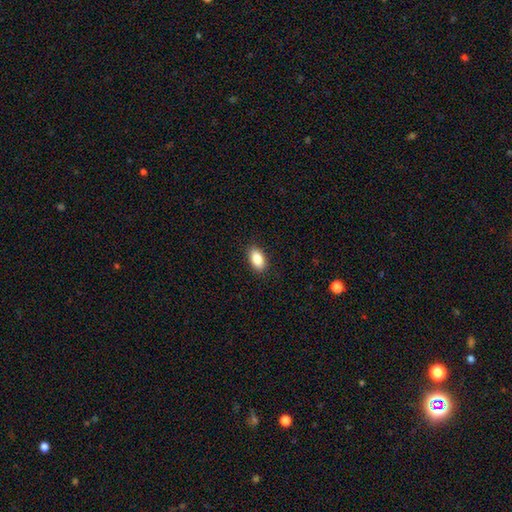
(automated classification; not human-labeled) Q: Smooth or featured?
A: smooth (88%); runner-up: star or artifact (7%)
Q: How rounded?
A: in between (93%); runner-up: round (5%)
Q: Merging?
A: none (89%); runner-up: minor disturbance (8%)